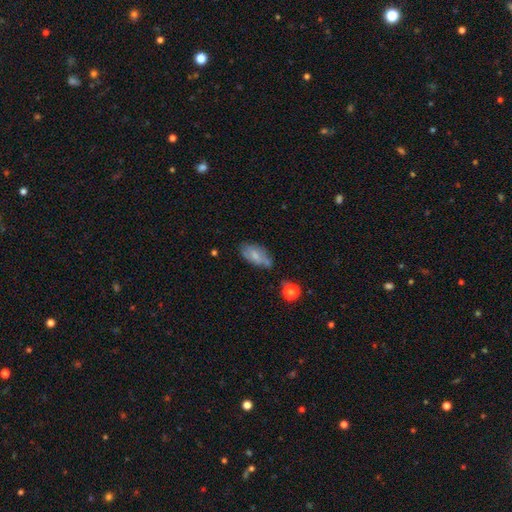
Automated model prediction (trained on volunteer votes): Smooth or featured?
  - smooth: 61% *
  - featured or disk: 31%
  - star or artifact: 8%
How rounded?
  - in between: 90% *
  - cigar-shaped: 6%
  - round: 4%
Merging?
  - none: 53% *
  - minor disturbance: 31%
  - major disturbance: 9%
  - merger: 7%